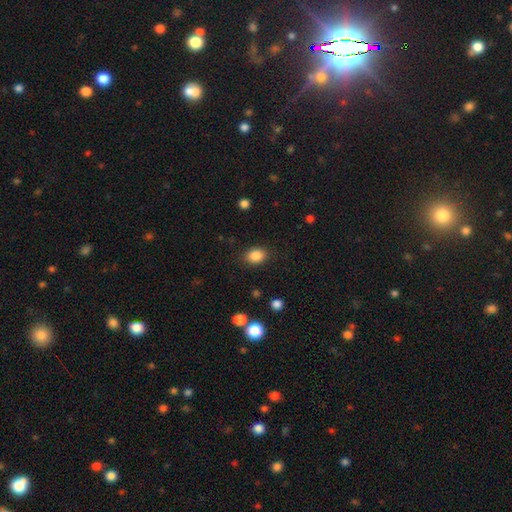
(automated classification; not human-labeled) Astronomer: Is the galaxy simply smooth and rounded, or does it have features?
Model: smooth — 87%.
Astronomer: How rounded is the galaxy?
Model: in between — 60% (runner-up: round, 39%).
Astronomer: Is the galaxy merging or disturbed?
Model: none — 87%.